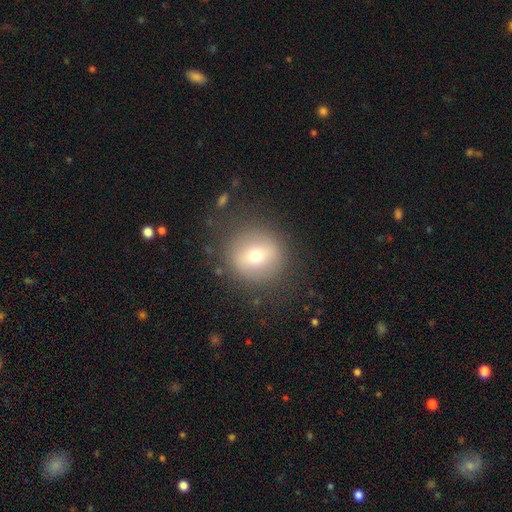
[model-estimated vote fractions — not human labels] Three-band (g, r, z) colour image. It shows a smooth galaxy with no disk features (66%) that is round (93%). Merging: none (83%).